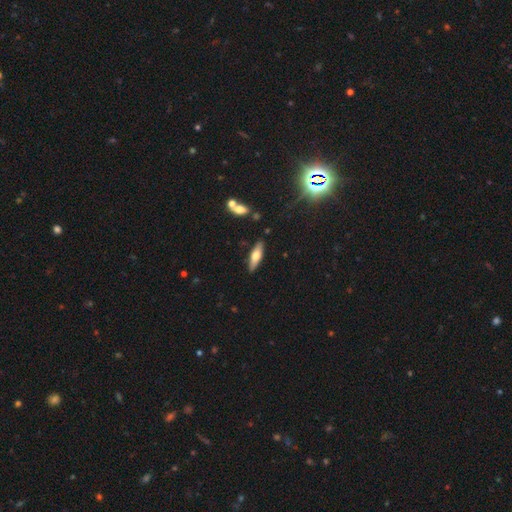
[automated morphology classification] This appears to be a smooth galaxy with no disk features (54%) that is cigar-shaped (57%). Merging: none (86%).